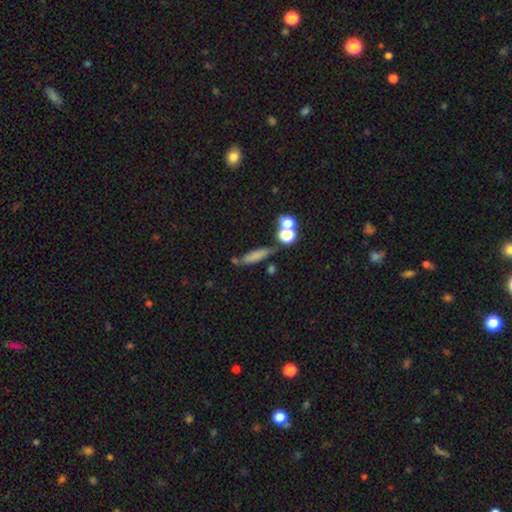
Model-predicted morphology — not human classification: Smooth or featured: smooth — 72% (featured or disk — 16%)
How rounded: cigar-shaped — 66% (in between — 27%)
Merging: none — 67% (minor disturbance — 15%)